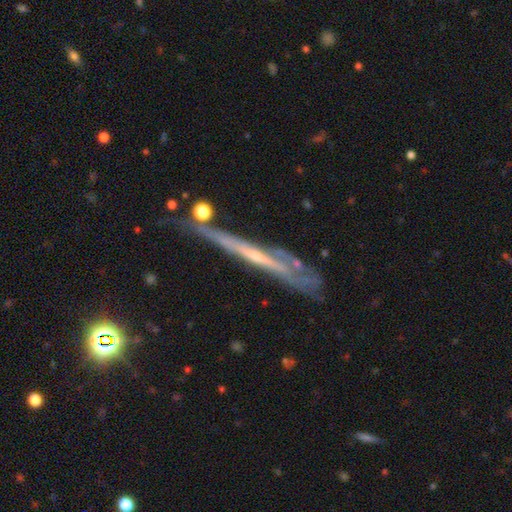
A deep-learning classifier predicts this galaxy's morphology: Smooth or featured: featured or disk — 74% (smooth — 18%)
Edge-on disk: yes — 87% (no — 13%)
Edge-on bulge: none — 67% (rounded — 27%)
Merging: none — 55% (minor disturbance — 26%)